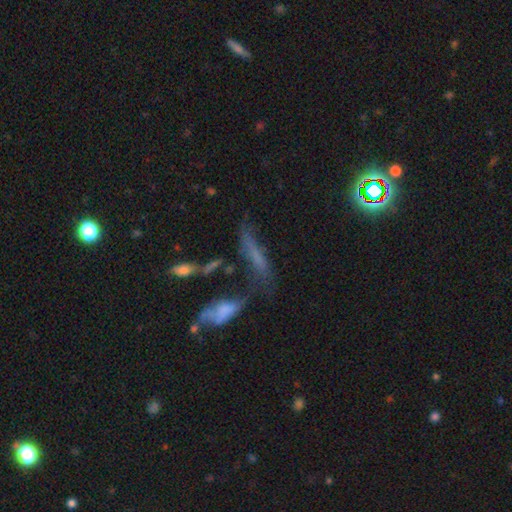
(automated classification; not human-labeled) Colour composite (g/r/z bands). It shows a smooth galaxy with no disk features (44%). Merging: none (42%).